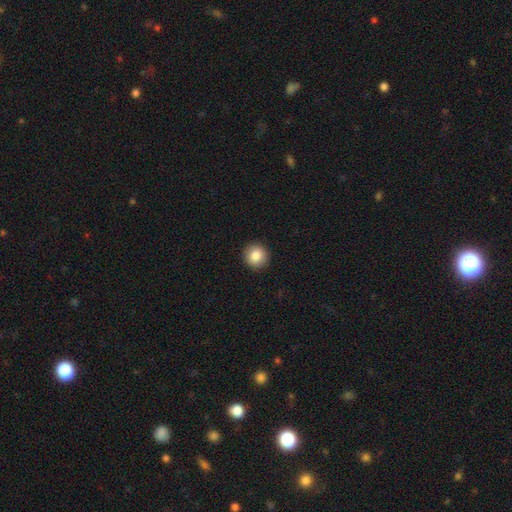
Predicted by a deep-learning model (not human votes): A smooth galaxy with no disk features (86%) that is round (94%). Merging: none (93%).